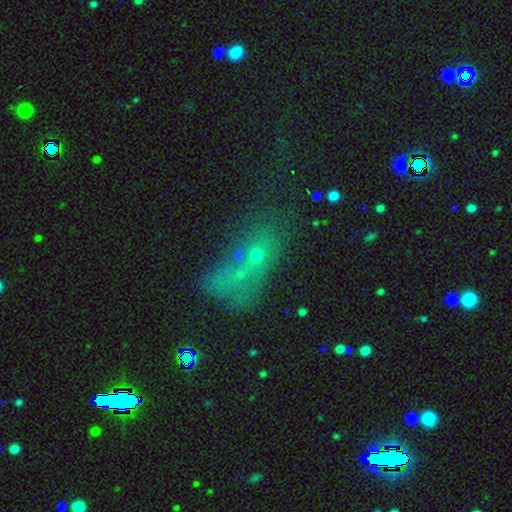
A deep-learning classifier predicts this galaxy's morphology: Overall: smooth (45%; featured or disk 29%). Merging: merger (31%; none 30%).